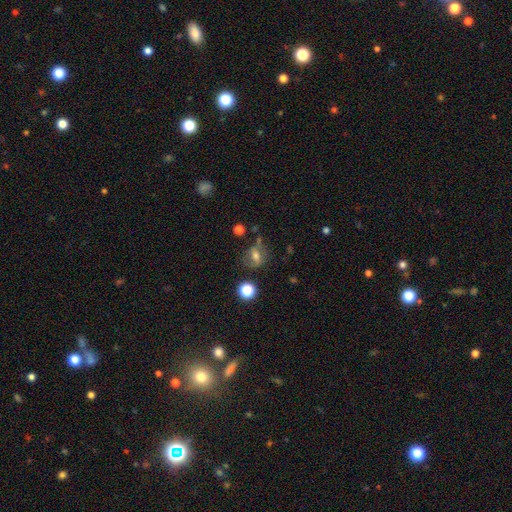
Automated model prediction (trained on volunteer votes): Smooth or featured? Predicted: smooth (p=0.52). How rounded? Predicted: round (p=0.51). Merging? Predicted: none (p=0.58).